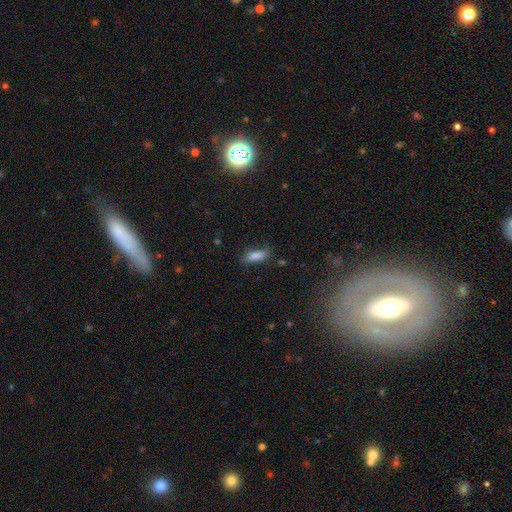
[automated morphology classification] Smooth or featured? Predicted: smooth (p=0.82). How rounded? Predicted: in between (p=0.54). Merging? Predicted: none (p=0.74).